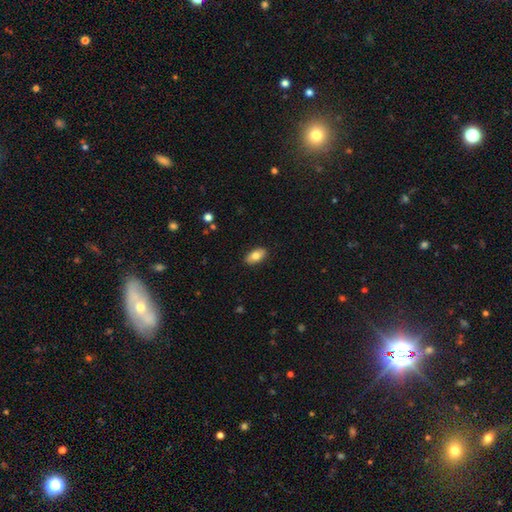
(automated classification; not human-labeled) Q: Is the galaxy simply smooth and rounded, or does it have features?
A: smooth — 78%.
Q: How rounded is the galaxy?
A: in between — 90%.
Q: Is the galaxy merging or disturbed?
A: none — 89%.